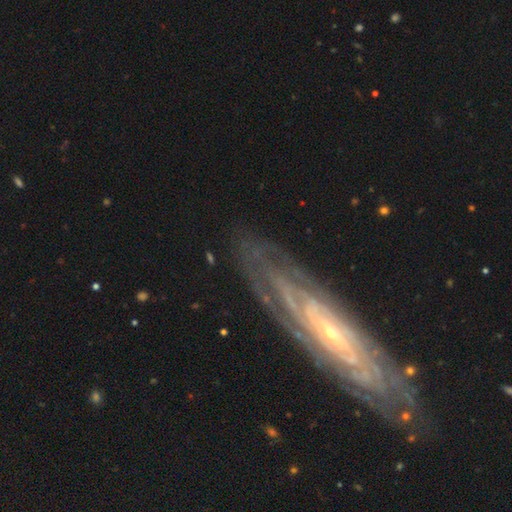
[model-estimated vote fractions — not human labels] Q: Smooth or featured?
A: featured or disk (82%); runner-up: smooth (9%)
Q: Edge-on disk?
A: no (84%); runner-up: yes (16%)
Q: Bar?
A: no (56%); runner-up: weak (27%)
Q: Spiral arms?
A: yes (93%); runner-up: no (7%)
Q: Spiral winding?
A: tight (78%); runner-up: medium (17%)
Q: Spiral arm count?
A: can't tell (44%); runner-up: 2 (15%)
Q: Bulge size?
A: small (79%); runner-up: moderate (16%)
Q: Merging?
A: none (79%); runner-up: minor disturbance (14%)